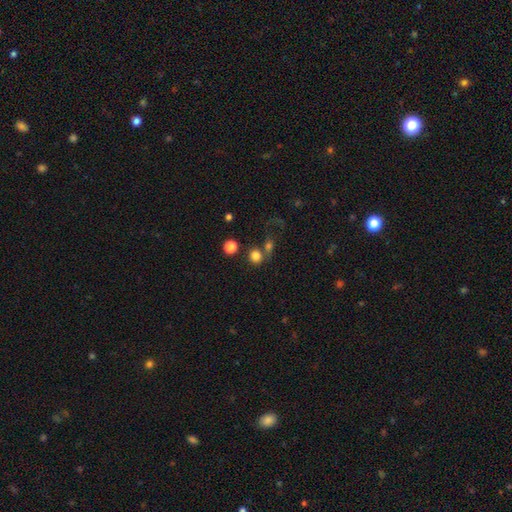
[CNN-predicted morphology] Smooth or featured? Predicted: smooth (p=0.80). How rounded? Predicted: round (p=0.85). Merging? Predicted: none (p=0.59).